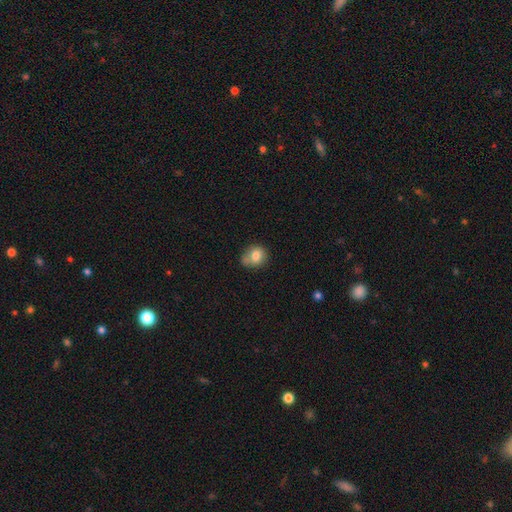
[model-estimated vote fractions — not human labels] Q: Smooth or featured?
A: smooth (79%); runner-up: featured or disk (12%)
Q: How rounded?
A: round (65%); runner-up: in between (34%)
Q: Merging?
A: none (52%); runner-up: minor disturbance (29%)